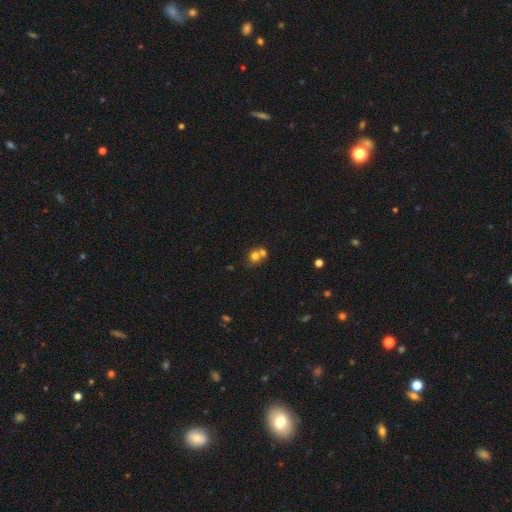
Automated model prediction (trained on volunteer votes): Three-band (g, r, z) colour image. It shows a smooth galaxy with no disk features (72%) that is round (78%). Merging: merger (52%).